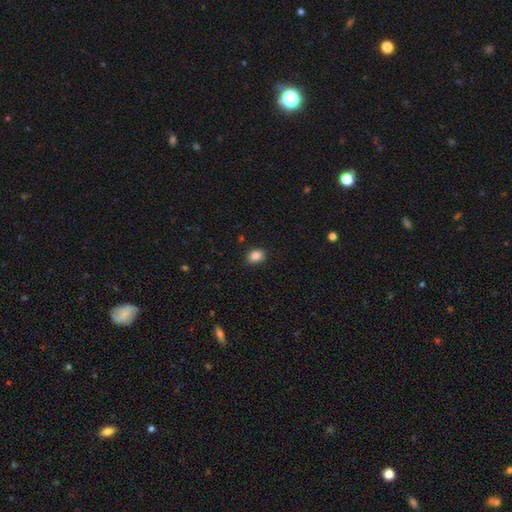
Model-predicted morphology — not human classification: Smooth or featured: smooth — 86% (star or artifact — 10%)
How rounded: in between — 64% (round — 35%)
Merging: none — 84% (minor disturbance — 12%)